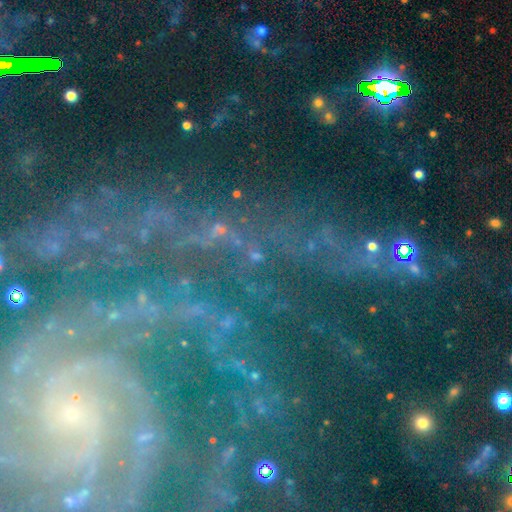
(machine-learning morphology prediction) A star or artifact, not a galaxy (63%).